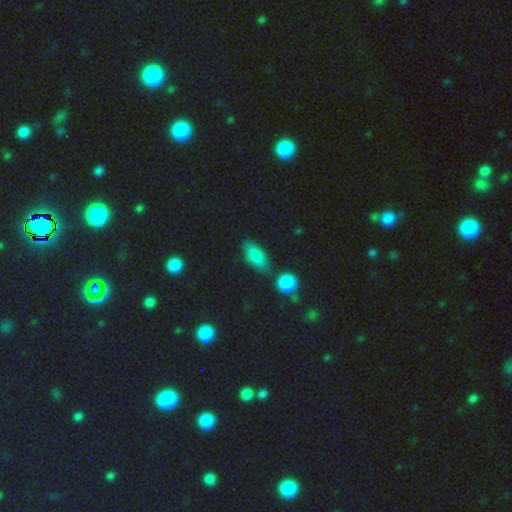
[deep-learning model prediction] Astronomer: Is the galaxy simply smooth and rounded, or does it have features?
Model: smooth — 78%.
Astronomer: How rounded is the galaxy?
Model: in between — 81%.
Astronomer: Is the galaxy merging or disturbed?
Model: none — 73%.